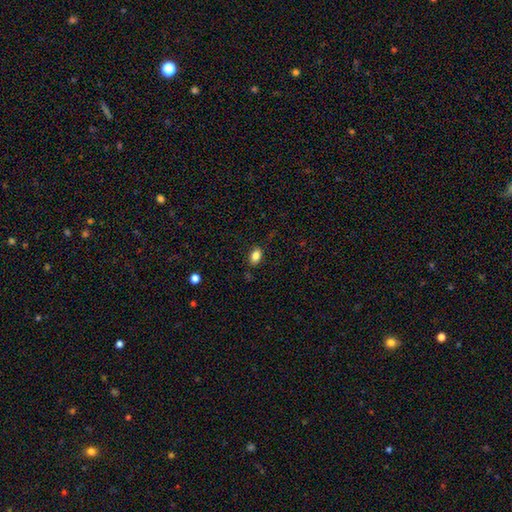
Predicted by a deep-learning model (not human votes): Q: Smooth or featured?
A: smooth (83%); runner-up: star or artifact (10%)
Q: How rounded?
A: in between (82%); runner-up: round (17%)
Q: Merging?
A: none (84%); runner-up: minor disturbance (12%)